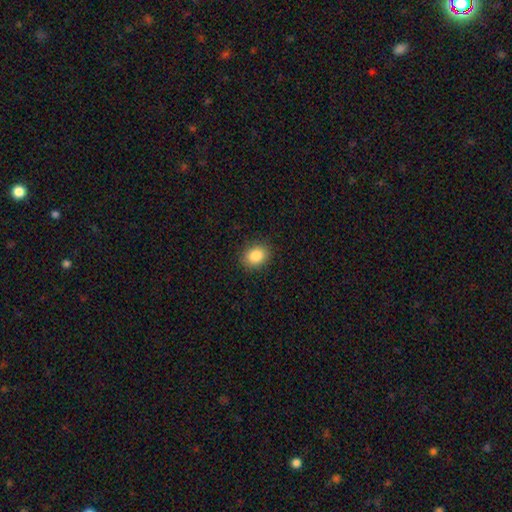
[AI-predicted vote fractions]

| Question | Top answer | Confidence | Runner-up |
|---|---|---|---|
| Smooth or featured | smooth | 86% | star or artifact (9%) |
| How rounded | in between | 51% | round (48%) |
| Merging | none | 89% | minor disturbance (8%) |